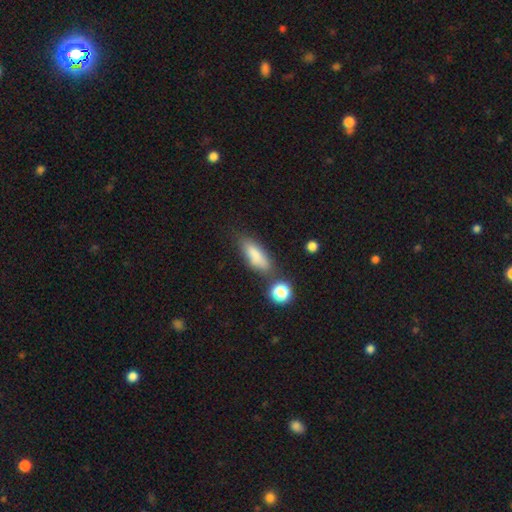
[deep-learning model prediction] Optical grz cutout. It shows a smooth galaxy with no disk features (79%) that is in between round and cigar-shaped (58%). Merging: none (65%).